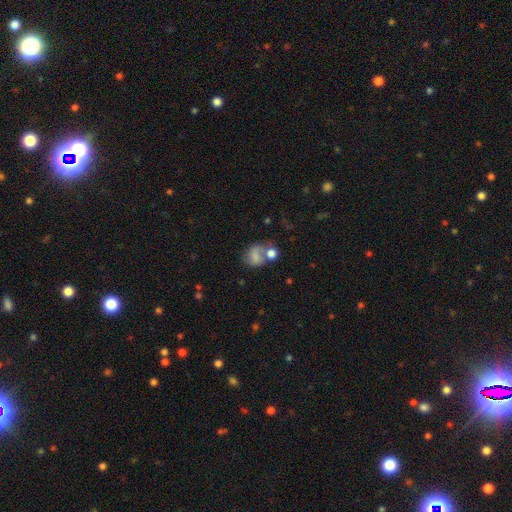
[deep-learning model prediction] Morphology: type=smooth (61%); roundness=in between (51%); merging=merger (37%).